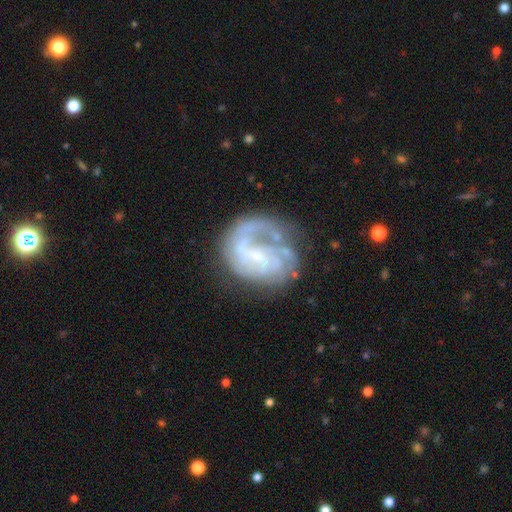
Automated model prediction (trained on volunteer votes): Smooth or featured? featured or disk (81%)
Edge-on disk? no (98%)
Bar? weak (50%)
Spiral arms? yes (86%)
Spiral winding? medium (39%)
Spiral arm count? 2 (30%)
Bulge size? small (62%)
Merging? none (49%)